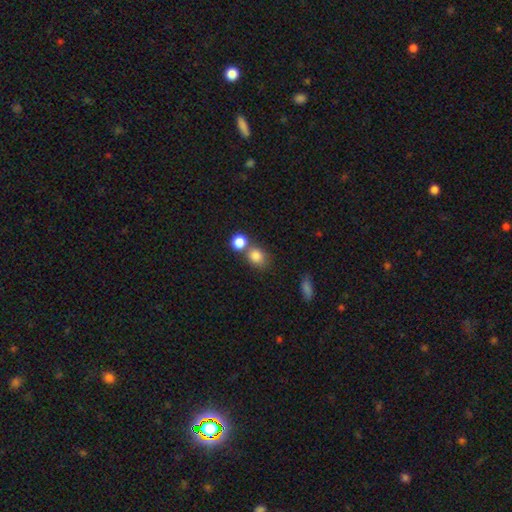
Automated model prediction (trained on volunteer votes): A smooth galaxy with no disk features (82%) that is round (69%).

Vote fractions:
- Smooth or featured? smooth: 82% / star or artifact: 11% / featured or disk: 7%
- How rounded? round: 69% / in between: 29% / cigar-shaped: 1%
- Merging? none: 54% / merger: 32% / minor disturbance: 10% / major disturbance: 4%